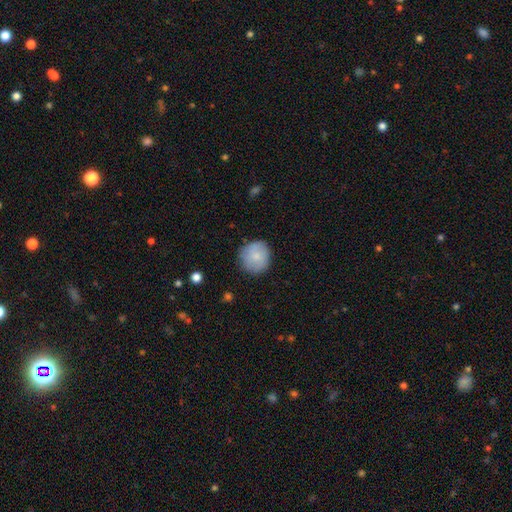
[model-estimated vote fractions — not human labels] smooth 78%, featured or disk 16%, star or artifact 7%. Down the decision tree: how rounded — round (89%); merging — none (81%).